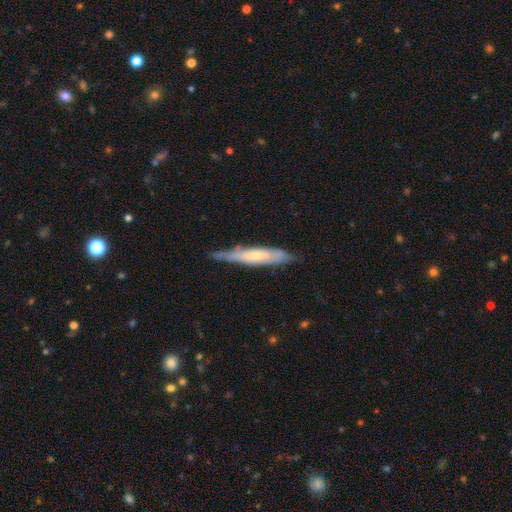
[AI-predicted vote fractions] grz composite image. It shows a featured or disk galaxy (50%) viewed edge-on (78%). Merging: none (75%).